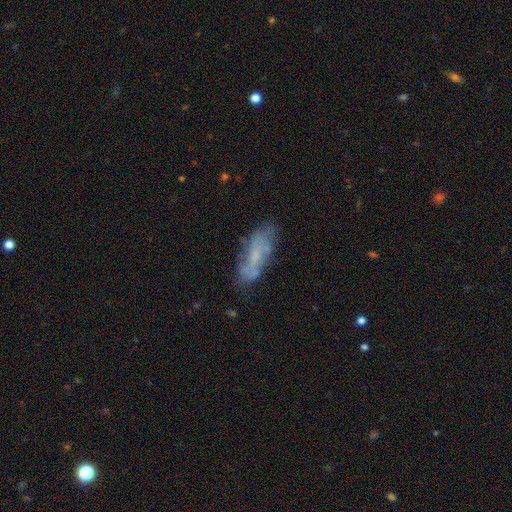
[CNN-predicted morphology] Smooth or featured? Predicted: featured or disk (p=0.50). Merging? Predicted: none (p=0.69).